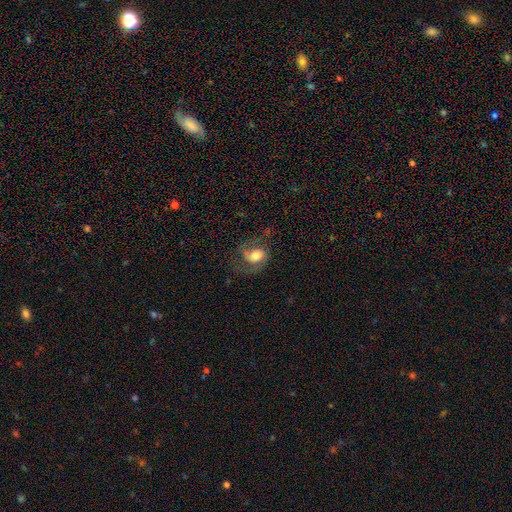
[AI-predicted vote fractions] This is possibly a featured or disk galaxy (59%). It is clearly not viewed edge-on (97%). Bar: possibly no (59%). Spiral arm pattern: clearly yes (88%). Spiral arm count: likely 2 (71%). Spiral winding: possibly medium (47%). Central bulge: possibly moderate (52%). Merging: possibly none (51%).